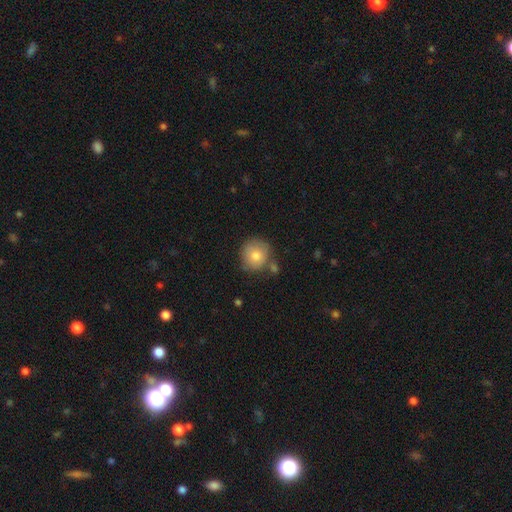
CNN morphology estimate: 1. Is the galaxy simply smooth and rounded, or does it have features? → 77% smooth, 15% featured or disk, 8% star or artifact.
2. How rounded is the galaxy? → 89% round, 10% in between, 1% cigar-shaped.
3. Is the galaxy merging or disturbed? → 68% none, 17% minor disturbance, 10% merger, 4% major disturbance.